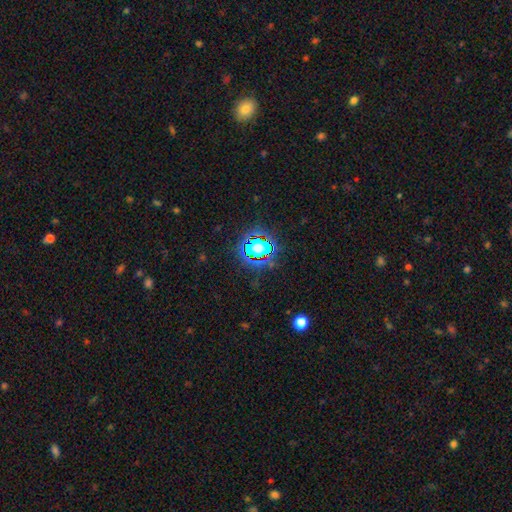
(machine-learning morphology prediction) This is likely a star or artifact rather than a galaxy (80%).